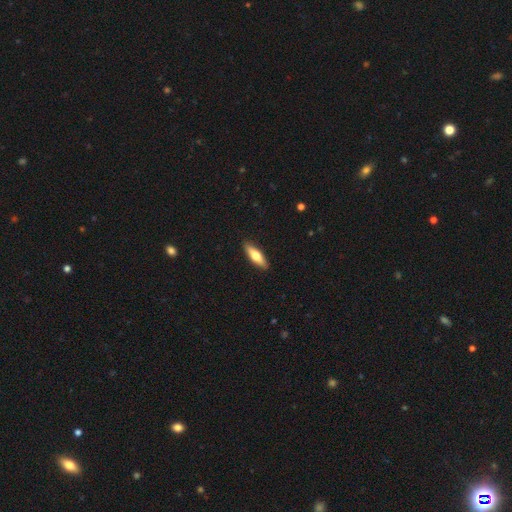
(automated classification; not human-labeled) This appears to be a smooth galaxy with no disk features (62%) that is cigar-shaped (58%). Merging: none (90%).